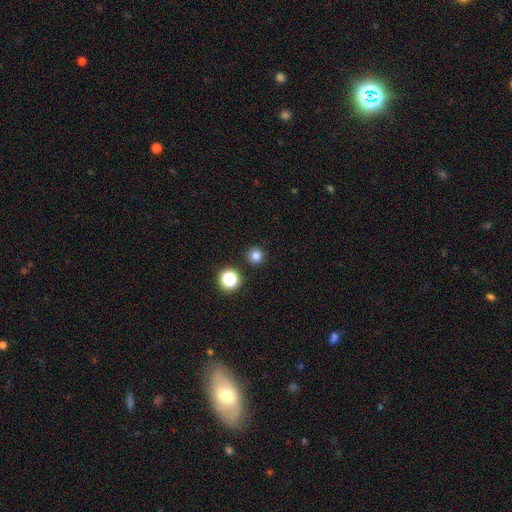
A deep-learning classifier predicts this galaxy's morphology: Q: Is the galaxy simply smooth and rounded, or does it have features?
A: smooth — 80%.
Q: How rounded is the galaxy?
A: round — 95%.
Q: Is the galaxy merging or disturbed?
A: none — 91%.